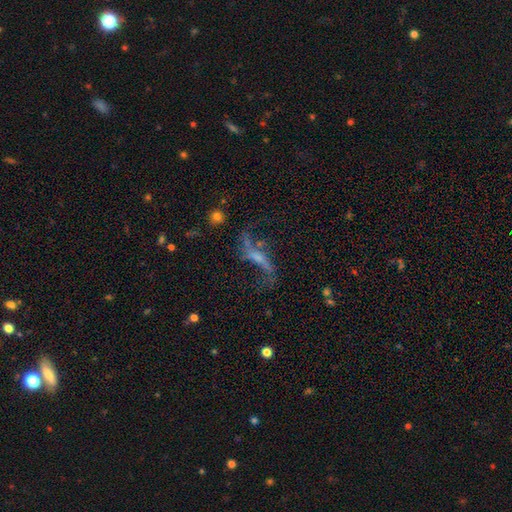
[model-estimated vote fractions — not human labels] The model was most divided on "bar": weak: 39%, no: 35%, strong: 26%. Remaining: spiral arms — yes (86%); edge-on disk — no (81%); smooth or featured — featured or disk (72%); merging — none (63%); bulge size — small (46%).